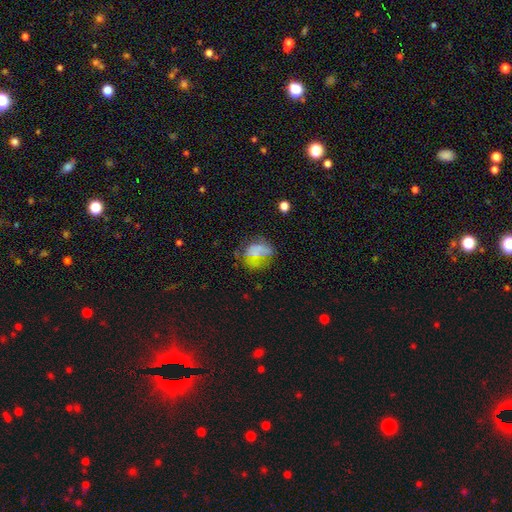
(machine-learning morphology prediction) This is possibly a smooth galaxy (50%). Merging: marginally none (44%).